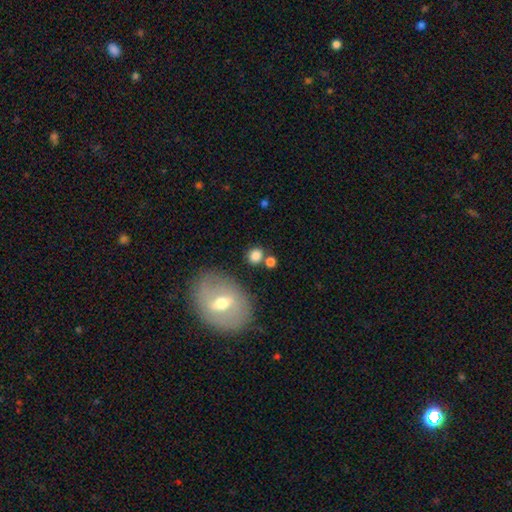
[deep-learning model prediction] Q: Smooth or featured?
A: smooth (79%); runner-up: star or artifact (11%)
Q: How rounded?
A: round (82%); runner-up: in between (17%)
Q: Merging?
A: none (73%); runner-up: merger (13%)